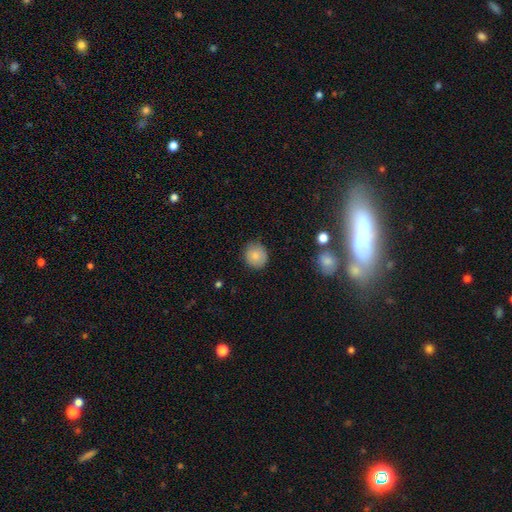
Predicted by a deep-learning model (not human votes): Smooth or featured?
  - smooth: 83% *
  - star or artifact: 9%
  - featured or disk: 8%
How rounded?
  - round: 87% *
  - in between: 12%
  - cigar-shaped: 1%
Merging?
  - none: 84% *
  - minor disturbance: 12%
  - major disturbance: 3%
  - merger: 1%